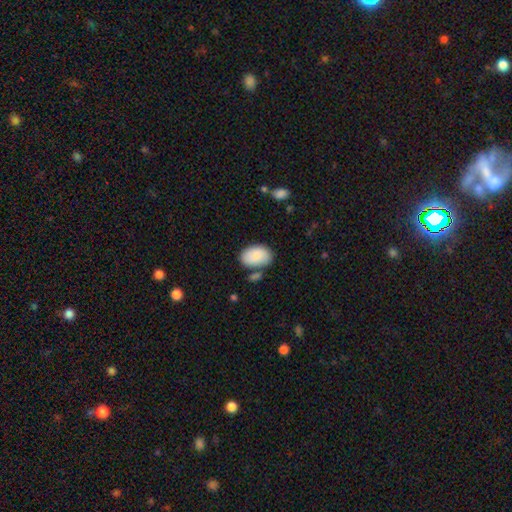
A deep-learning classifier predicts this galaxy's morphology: Smooth or featured? smooth (86%)
How rounded? in between (92%)
Merging? none (70%)